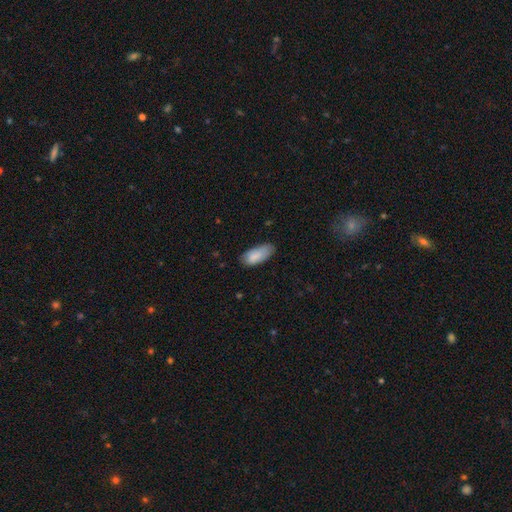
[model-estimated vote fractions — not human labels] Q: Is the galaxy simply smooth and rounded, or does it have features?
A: smooth — 84%.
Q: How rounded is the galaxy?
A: in between — 86%.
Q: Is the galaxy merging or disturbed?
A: none — 64%.